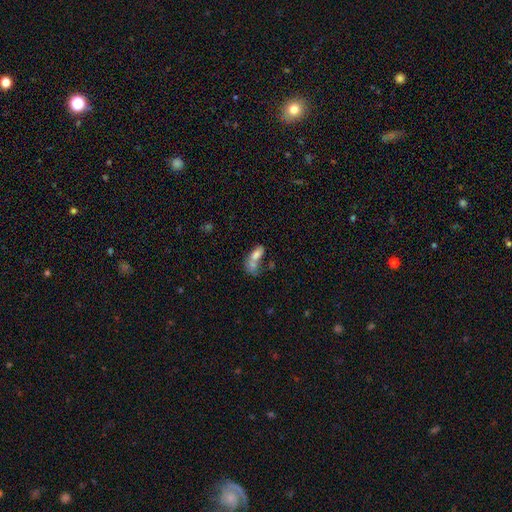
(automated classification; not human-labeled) A smooth galaxy with no disk features (65%) that is in between round and cigar-shaped (76%). Merging: merger (54%).